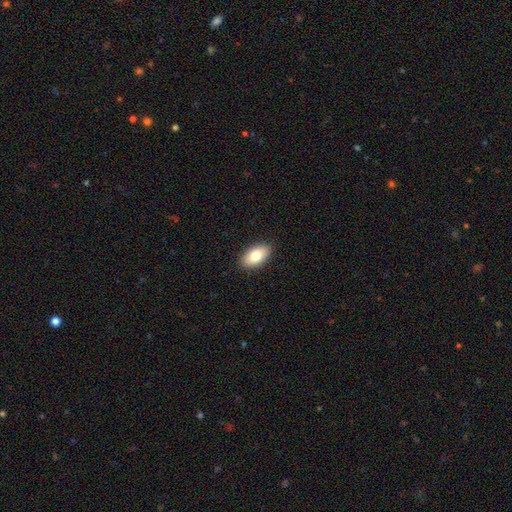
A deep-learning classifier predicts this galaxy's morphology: This appears to be a smooth galaxy with no disk features (80%) that is in between round and cigar-shaped (94%). Merging: none (90%).